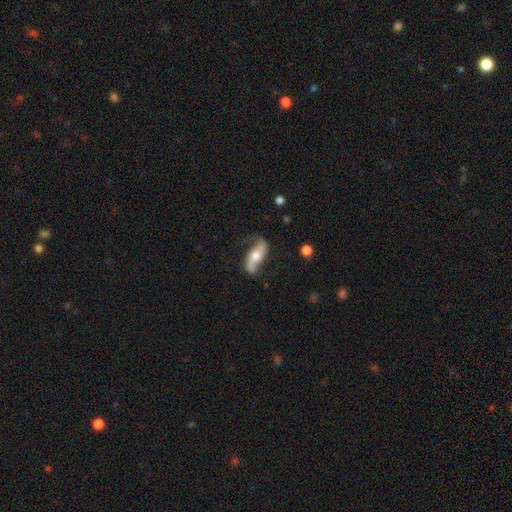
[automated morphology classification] This appears to be a featured or disk galaxy (75%) with no bar (46%), 2 (91%) loose (77%) spiral arms (91%) and a moderate central bulge (67%). Merging: none (70%).